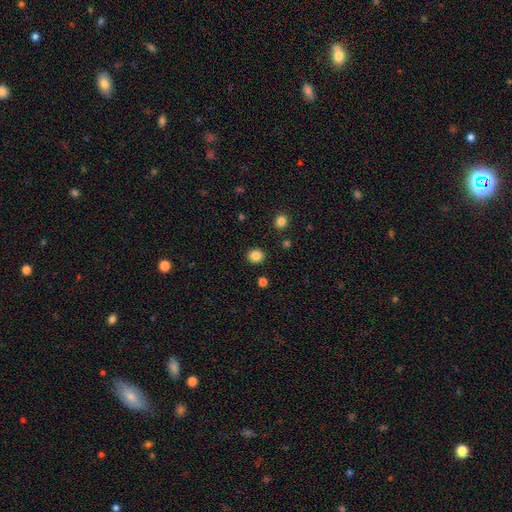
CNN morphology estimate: A smooth galaxy with no disk features (86%) that is round (80%).

Vote fractions:
- Smooth or featured? smooth: 86% / star or artifact: 11% / featured or disk: 4%
- How rounded? round: 80% / in between: 19% / cigar-shaped: 1%
- Merging? none: 90% / minor disturbance: 6% / major disturbance: 2% / merger: 2%